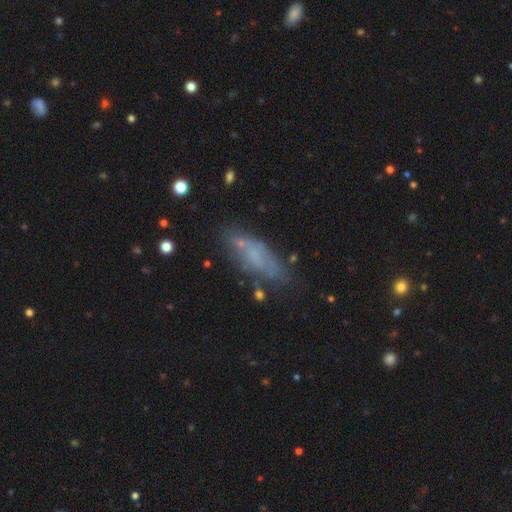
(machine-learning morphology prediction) smooth-or-featured: smooth: 56% | featured or disk: 33% | star or artifact: 11%
  how-rounded: in between: 49% | cigar-shaped: 48% | round: 3%
  merging: none: 65% | minor disturbance: 21% | major disturbance: 9% | merger: 5%